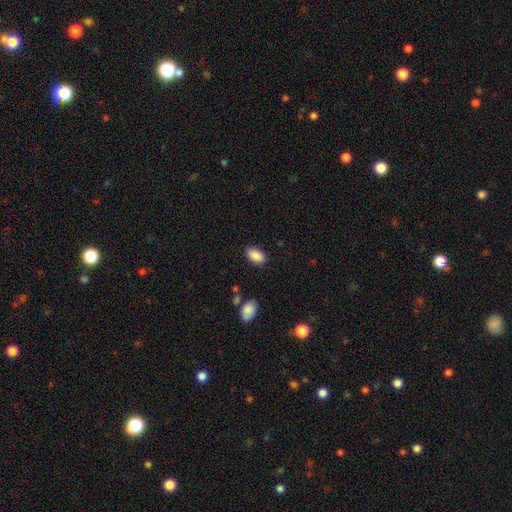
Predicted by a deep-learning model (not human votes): Morphology: type=smooth (89%); roundness=in between (93%); merging=none (85%).